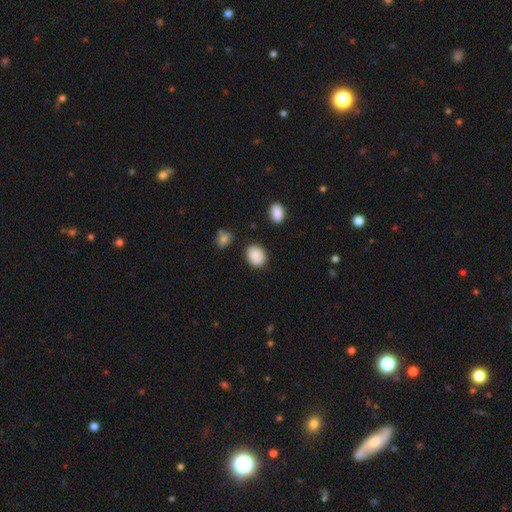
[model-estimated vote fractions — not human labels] Smooth or featured? Predicted: smooth (p=0.89). How rounded? Predicted: round (p=0.50). Merging? Predicted: none (p=0.85).